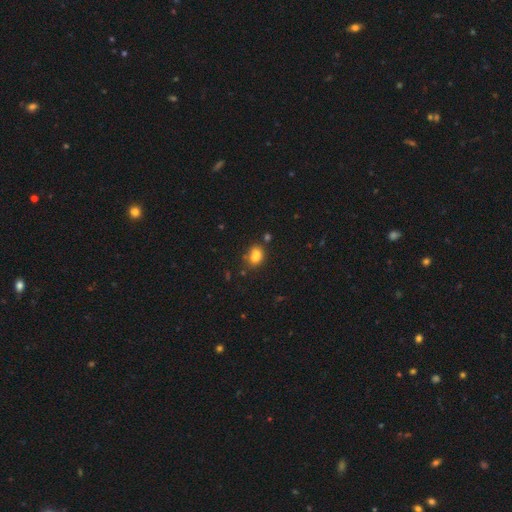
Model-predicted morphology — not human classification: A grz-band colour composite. It shows a smooth galaxy with no disk features (74%) that is in between round and cigar-shaped (58%). Merging: merger (40%, tied with none).